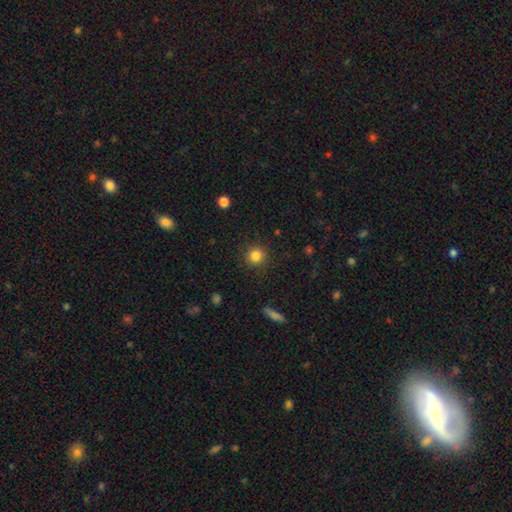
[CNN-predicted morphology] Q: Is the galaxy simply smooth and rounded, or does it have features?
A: smooth — 84%.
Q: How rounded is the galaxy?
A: round — 92%.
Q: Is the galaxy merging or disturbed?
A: none — 90%.